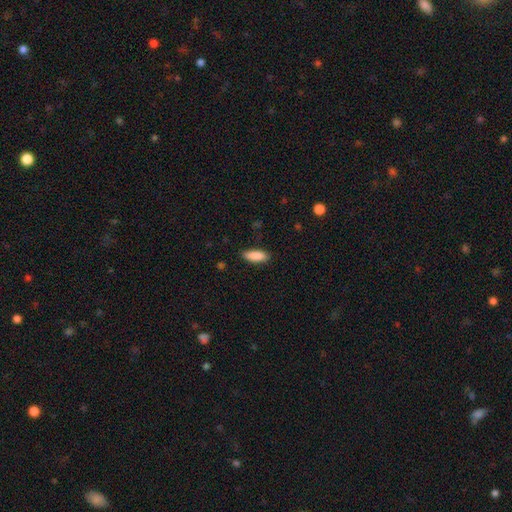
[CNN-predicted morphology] smooth-or-featured: smooth: 89% | star or artifact: 6% | featured or disk: 5%
  how-rounded: in between: 70% | cigar-shaped: 28% | round: 2%
  merging: none: 85% | minor disturbance: 11% | major disturbance: 2% | merger: 1%